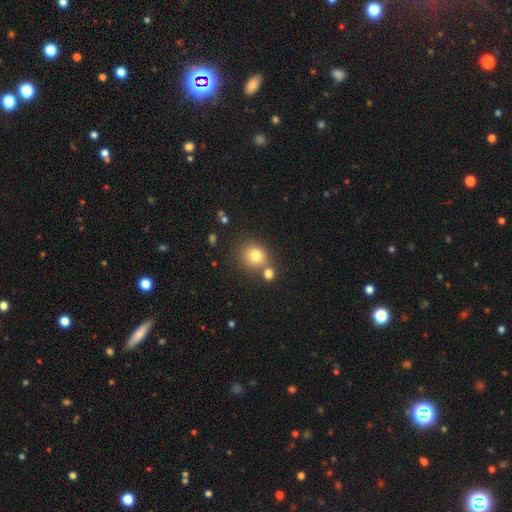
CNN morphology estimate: The model was most divided on "merging": none: 61%, merger: 24%, minor disturbance: 11%, major disturbance: 4%. More confident: smooth or featured — smooth (80%); how rounded — round (80%).